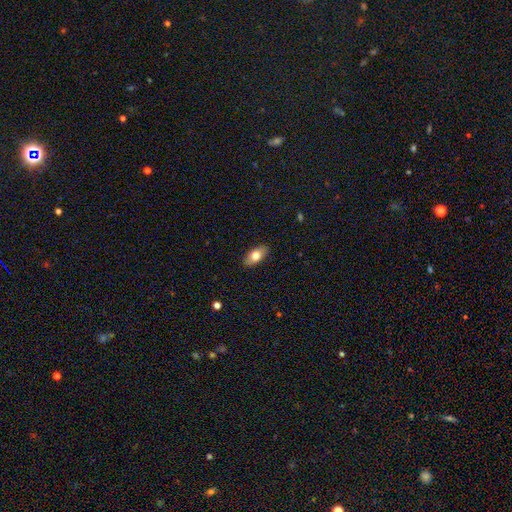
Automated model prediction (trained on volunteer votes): A smooth galaxy with no disk features (78%) that is in between round and cigar-shaped (90%).

Vote fractions:
- Smooth or featured? smooth: 78% / featured or disk: 15% / star or artifact: 7%
- How rounded? in between: 90% / cigar-shaped: 6% / round: 4%
- Merging? none: 88% / minor disturbance: 9% / major disturbance: 2% / merger: 1%